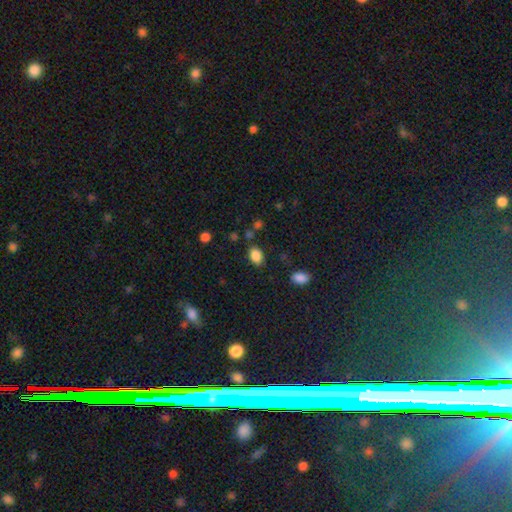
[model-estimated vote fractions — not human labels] Smooth or featured?
  - smooth: 86% *
  - star or artifact: 10%
  - featured or disk: 4%
How rounded?
  - in between: 81% *
  - round: 18%
  - cigar-shaped: 1%
Merging?
  - none: 80% *
  - minor disturbance: 13%
  - merger: 4%
  - major disturbance: 4%